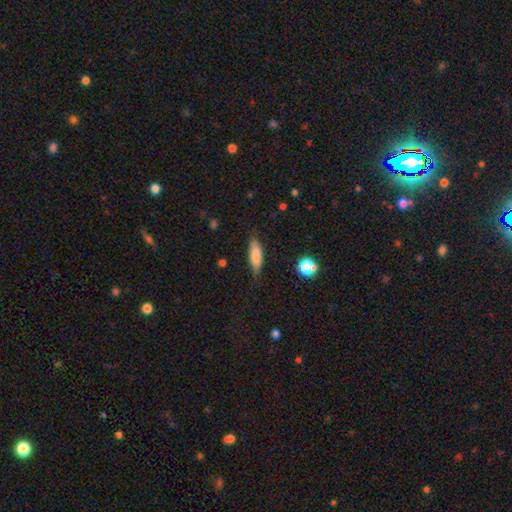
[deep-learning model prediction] smooth 74%, featured or disk 18%, star or artifact 8%. Down the decision tree: how rounded — in between (50%); merging — none (73%).